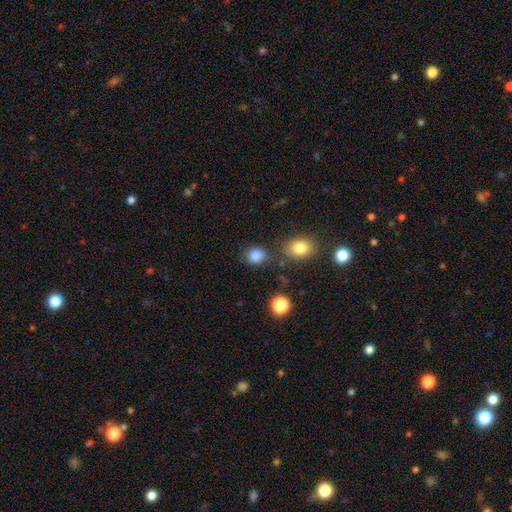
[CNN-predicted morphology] Smooth or featured? smooth (85%)
How rounded? round (59%)
Merging? none (74%)